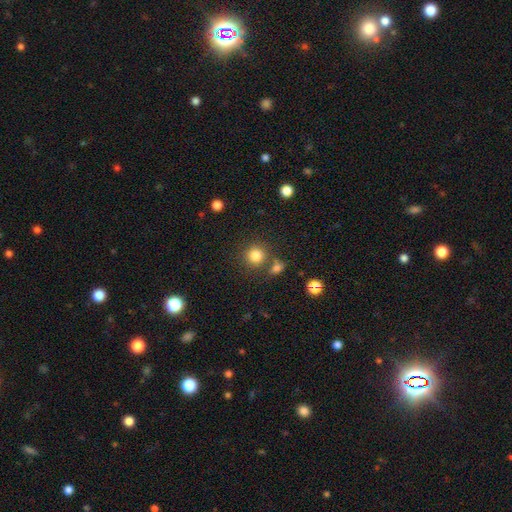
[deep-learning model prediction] A smooth galaxy with no disk features (82%) that is round (91%). Merging: none (74%).